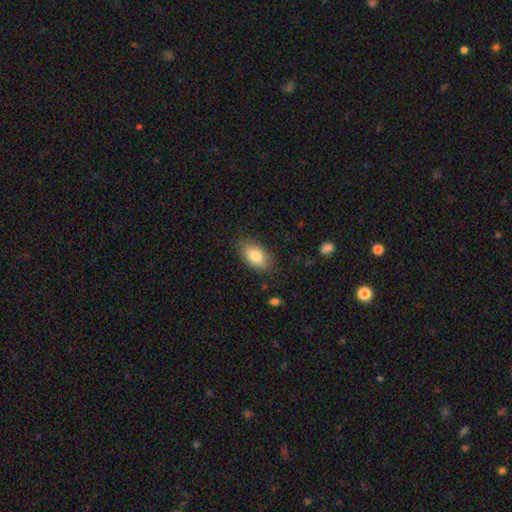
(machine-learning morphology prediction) A smooth galaxy with no disk features (82%) that is in between round and cigar-shaped (91%). Merging: none (82%).